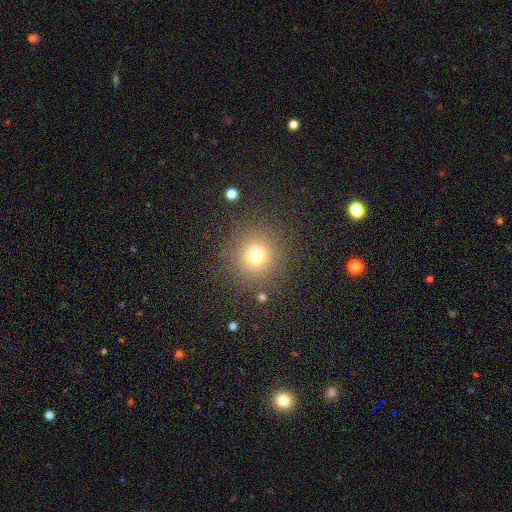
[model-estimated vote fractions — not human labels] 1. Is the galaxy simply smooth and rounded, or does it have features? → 72% smooth, 19% star or artifact, 9% featured or disk.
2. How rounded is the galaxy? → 94% round, 5% in between, 1% cigar-shaped.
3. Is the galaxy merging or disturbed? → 87% none, 7% minor disturbance, 4% major disturbance, 2% merger.